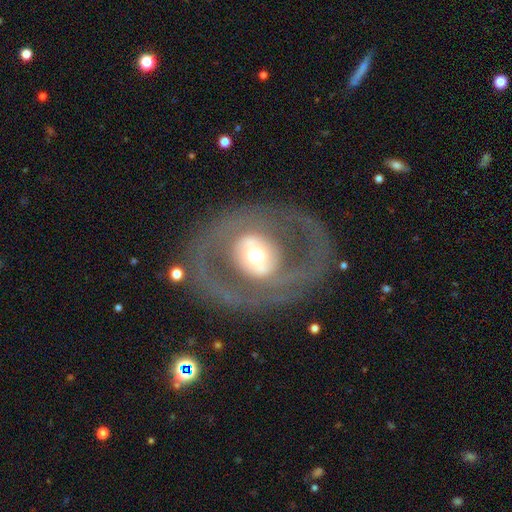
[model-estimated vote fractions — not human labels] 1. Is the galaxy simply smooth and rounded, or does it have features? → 70% featured or disk, 23% smooth, 7% star or artifact.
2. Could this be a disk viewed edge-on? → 93% no, 7% yes.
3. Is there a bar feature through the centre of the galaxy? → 60% no, 22% weak, 18% strong.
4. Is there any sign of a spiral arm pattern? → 57% no, 43% yes.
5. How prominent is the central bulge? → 54% moderate, 29% large, 9% small, 6% dominant, 1% none.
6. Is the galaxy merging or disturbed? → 72% none, 15% major disturbance, 11% minor disturbance, 2% merger.